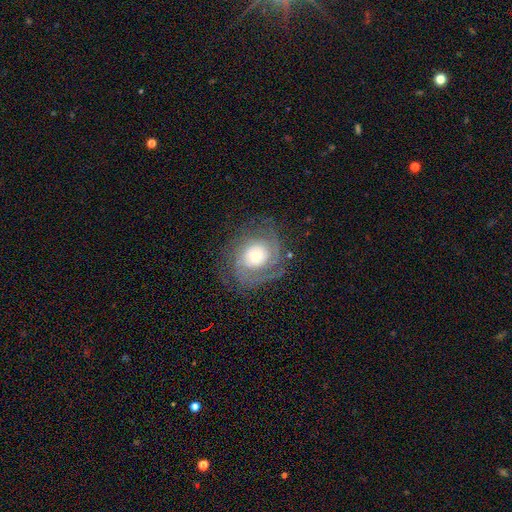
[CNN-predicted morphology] Smooth or featured?
  - featured or disk: 80% *
  - smooth: 13%
  - star or artifact: 7%
Edge-on disk?
  - no: 97% *
  - yes: 3%
Bar?
  - no: 80% *
  - weak: 15%
  - strong: 5%
Spiral arms?
  - yes: 94% *
  - no: 6%
Spiral winding?
  - tight: 62% *
  - medium: 29%
  - loose: 9%
Spiral arm count?
  - 2: 32% *
  - can't tell: 26%
  - 3: 20%
  - 4: 8%
  - 1: 7%
  - more than 4: 6%
Bulge size?
  - small: 37% *
  - moderate: 34%
  - large: 23%
  - dominant: 6%
  - none: 2%
Merging?
  - none: 72% *
  - minor disturbance: 15%
  - major disturbance: 12%
  - merger: 1%